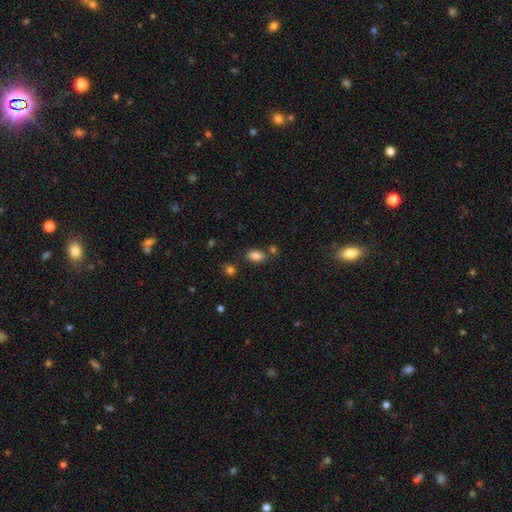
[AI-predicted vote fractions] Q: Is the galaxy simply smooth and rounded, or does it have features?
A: smooth — 85%.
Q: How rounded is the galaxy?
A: in between — 90%.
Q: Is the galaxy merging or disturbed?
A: none — 73%.